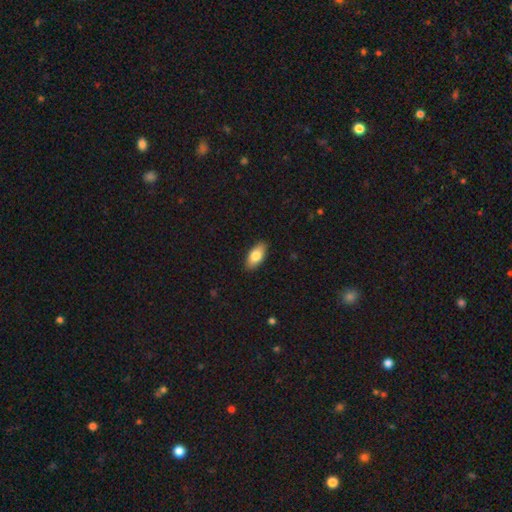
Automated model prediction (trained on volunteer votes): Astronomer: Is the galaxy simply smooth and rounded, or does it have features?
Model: smooth — 80%.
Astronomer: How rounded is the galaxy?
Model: in between — 89%.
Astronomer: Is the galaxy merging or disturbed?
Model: none — 89%.